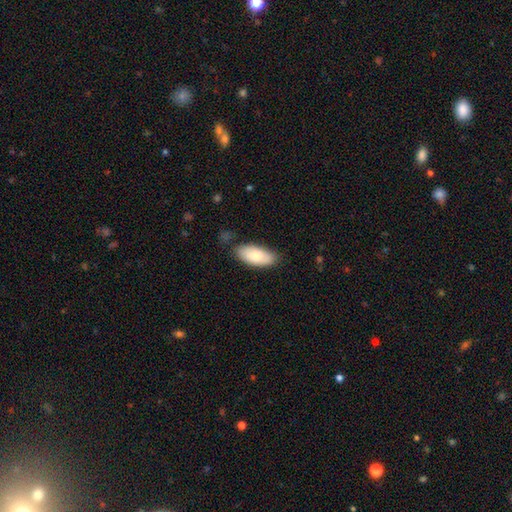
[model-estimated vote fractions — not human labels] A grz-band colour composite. It shows a smooth galaxy with no disk features (78%) that is in between round and cigar-shaped (90%). Merging: none (77%).